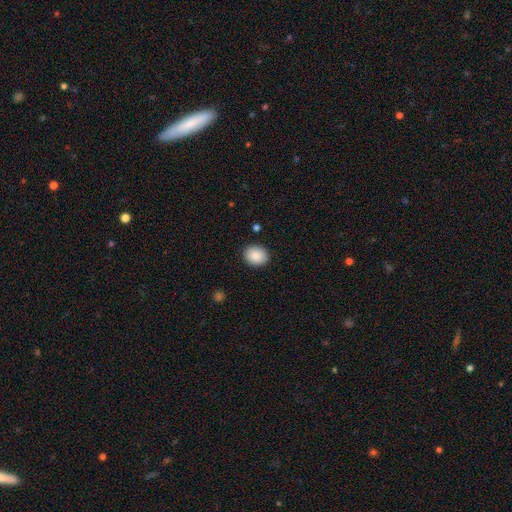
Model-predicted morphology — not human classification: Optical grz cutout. It shows a smooth galaxy with no disk features (88%) that is round (59%). Merging: none (89%).